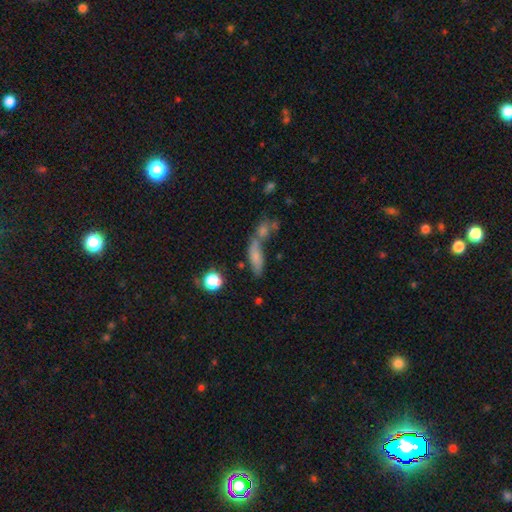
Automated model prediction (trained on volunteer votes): Smooth or featured? Predicted: smooth (p=0.68). How rounded? Predicted: in between (p=0.47, tied with cigar-shaped). Merging? Predicted: none (p=0.41).